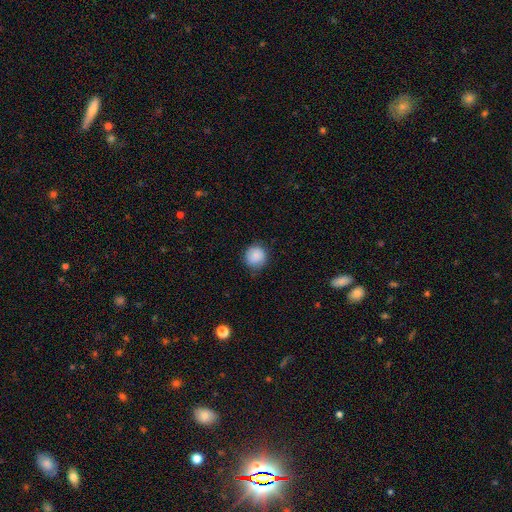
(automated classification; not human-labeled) smooth 86%, star or artifact 7%, featured or disk 6%. Down the decision tree: how rounded — round (92%); merging — none (80%).